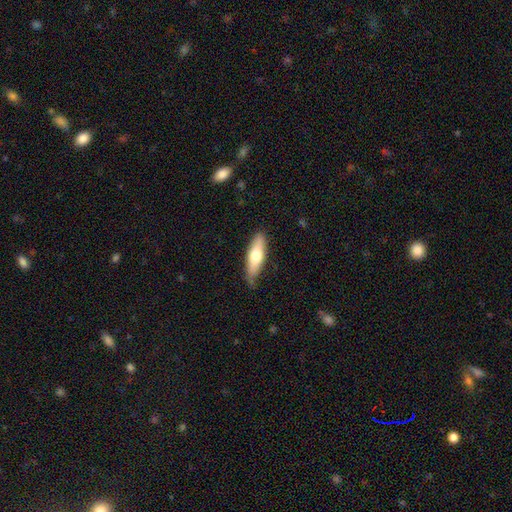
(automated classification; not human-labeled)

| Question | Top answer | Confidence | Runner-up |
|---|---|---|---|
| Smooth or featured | smooth | 66% | featured or disk (29%) |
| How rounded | cigar-shaped | 53% | in between (45%) |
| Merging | none | 76% | minor disturbance (20%) |